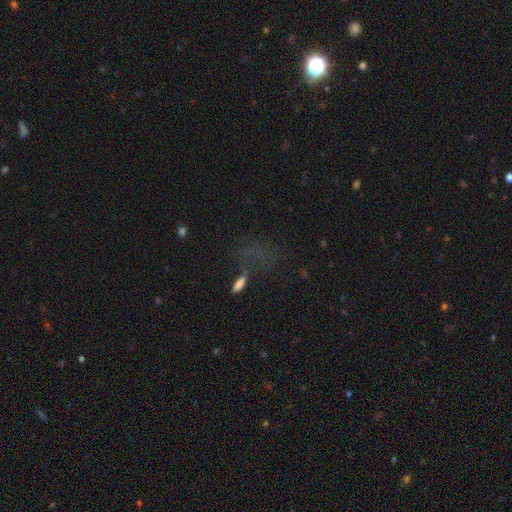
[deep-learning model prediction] A star or artifact, not a galaxy (48%).

Vote fractions:
- Smooth or featured? star or artifact: 48% / smooth: 38% / featured or disk: 14%